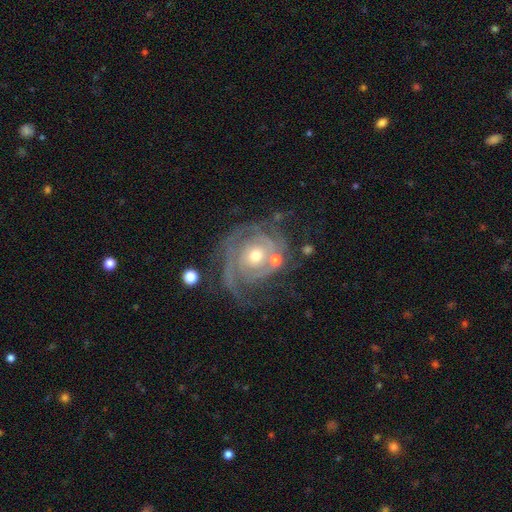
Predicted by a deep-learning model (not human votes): Smooth or featured? featured or disk (88%)
Edge-on disk? no (97%)
Bar? no (80%)
Spiral arms? yes (95%)
Spiral winding? tight (73%)
Spiral arm count? 2 (29%)
Bulge size? moderate (62%)
Merging? none (57%)